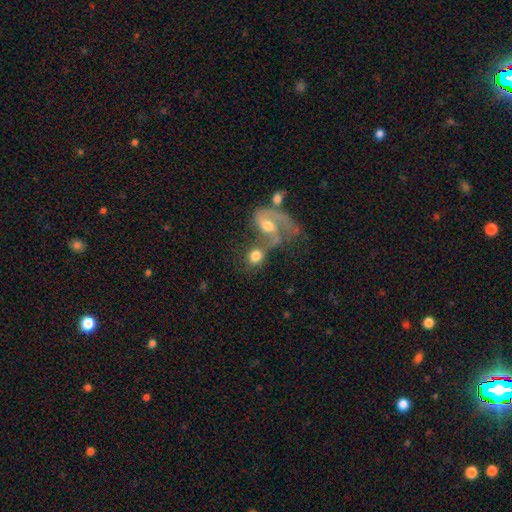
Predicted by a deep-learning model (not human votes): Smooth or featured? Predicted: smooth (p=0.63). How rounded? Predicted: round (p=0.68). Merging? Predicted: merger (p=0.51).